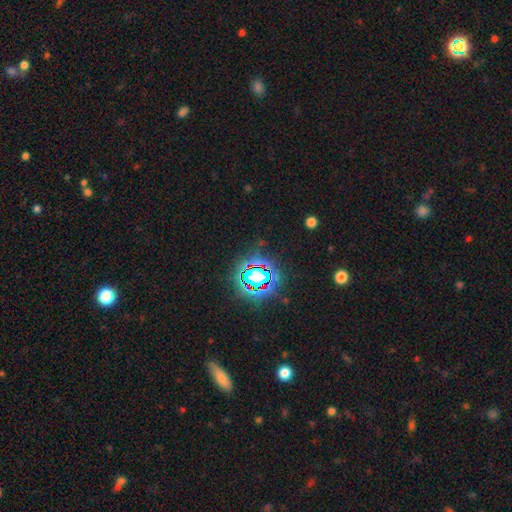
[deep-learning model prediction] The model was most divided on "smooth or featured": star or artifact: 80%, smooth: 13%, featured or disk: 7%.